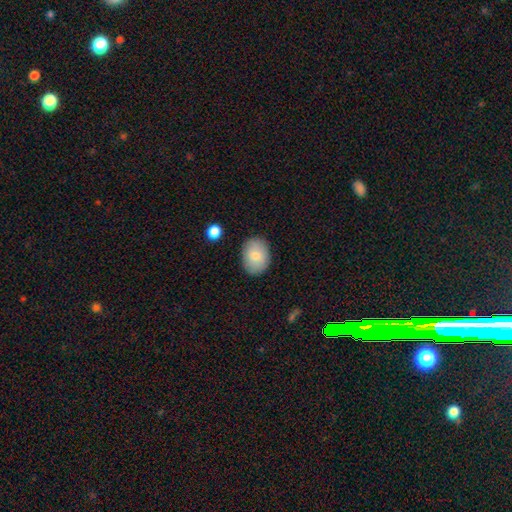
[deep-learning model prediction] smooth 81%, featured or disk 12%, star or artifact 7%. Down the decision tree: how rounded — in between (68%); merging — none (86%).